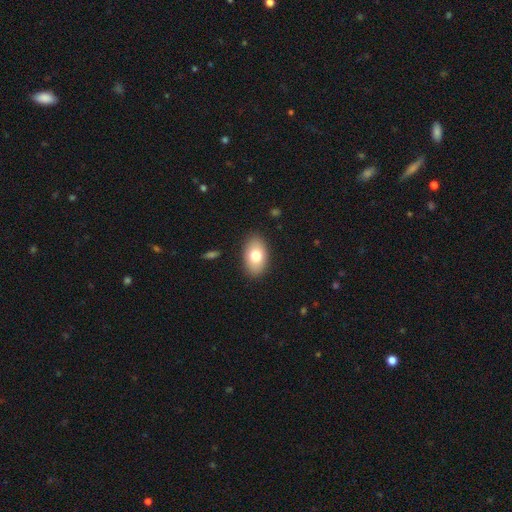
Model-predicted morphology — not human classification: smooth-or-featured: smooth: 76% | featured or disk: 16% | star or artifact: 7%
  how-rounded: in between: 91% | round: 8% | cigar-shaped: 1%
  merging: none: 87% | minor disturbance: 9% | major disturbance: 2% | merger: 1%